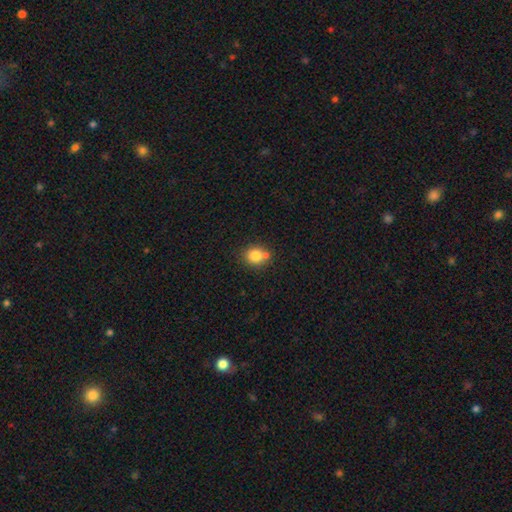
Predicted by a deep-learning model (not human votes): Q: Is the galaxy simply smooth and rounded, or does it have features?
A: smooth — 82%.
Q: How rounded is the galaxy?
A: round — 73%.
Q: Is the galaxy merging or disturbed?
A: none — 62%.